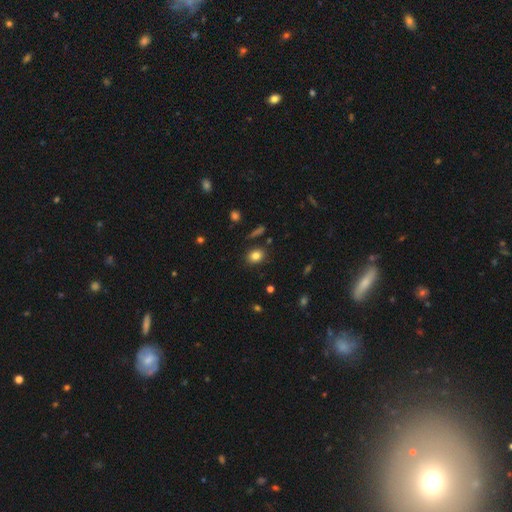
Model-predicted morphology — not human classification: type=smooth (82%); roundness=in between (52%); merging=none (85%).